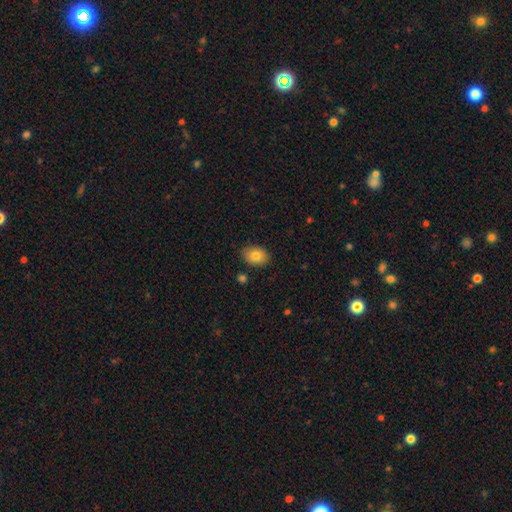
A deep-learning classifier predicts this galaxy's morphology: This appears to be a smooth galaxy with no disk features (82%) that is in between round and cigar-shaped (74%). Merging: none (86%).